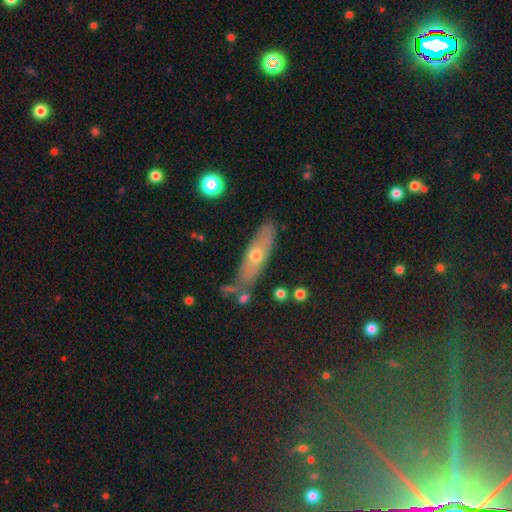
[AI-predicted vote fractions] Smooth or featured?
  - featured or disk: 46% *
  - smooth: 42%
  - star or artifact: 12%
Merging?
  - none: 75% *
  - minor disturbance: 16%
  - merger: 4%
  - major disturbance: 4%